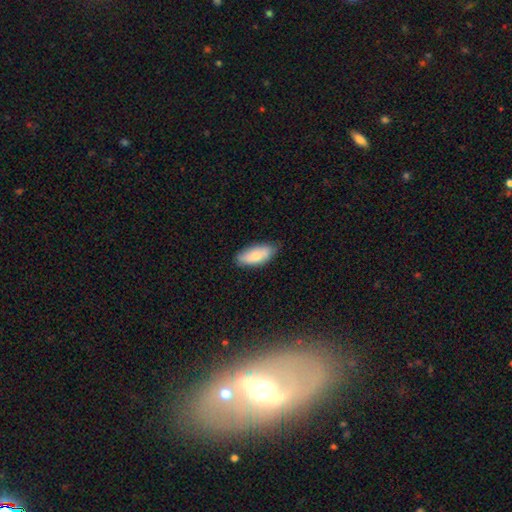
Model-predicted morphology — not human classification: Smooth or featured? Predicted: smooth (p=0.75). How rounded? Predicted: in between (p=0.86). Merging? Predicted: none (p=0.76).